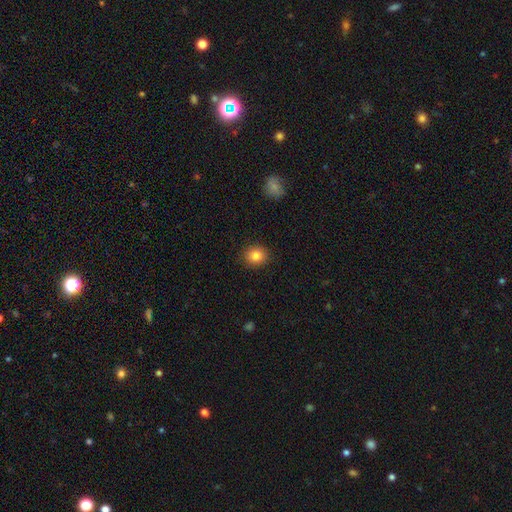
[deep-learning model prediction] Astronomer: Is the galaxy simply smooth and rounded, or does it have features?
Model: smooth — 85%.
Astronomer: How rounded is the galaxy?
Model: round — 72%.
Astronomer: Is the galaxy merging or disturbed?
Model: none — 89%.